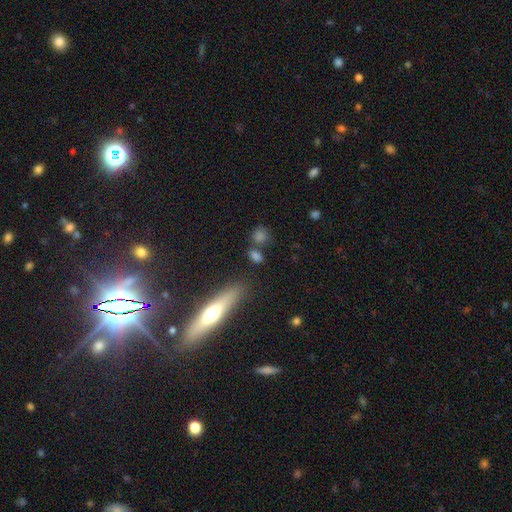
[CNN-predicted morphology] A smooth galaxy with no disk features (69%) that is round (41%). Merging: none (71%).